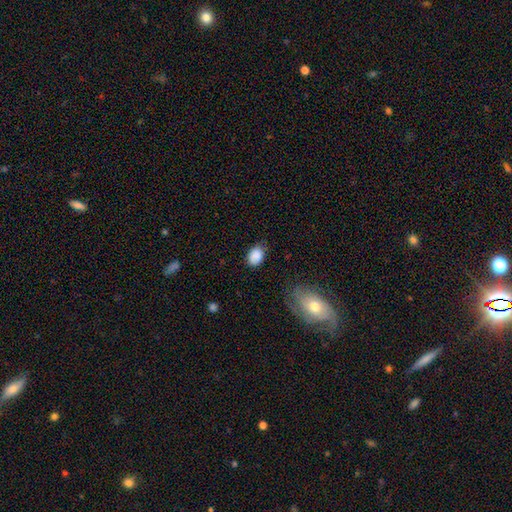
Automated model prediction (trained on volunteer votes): Smooth or featured? smooth (87%)
How rounded? in between (78%)
Merging? none (70%)